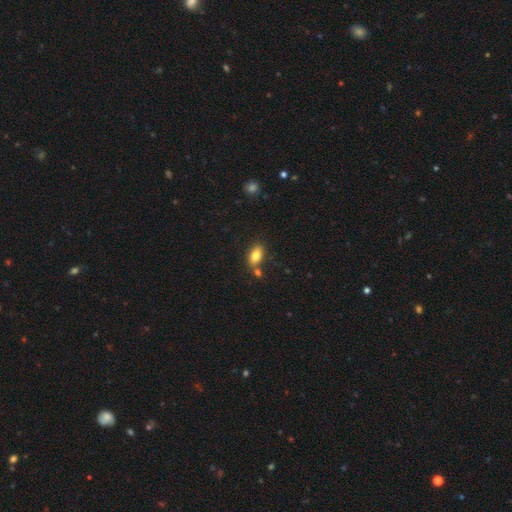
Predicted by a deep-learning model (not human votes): A smooth galaxy with no disk features (81%) that is in between round and cigar-shaped (89%). Merging: none (70%).